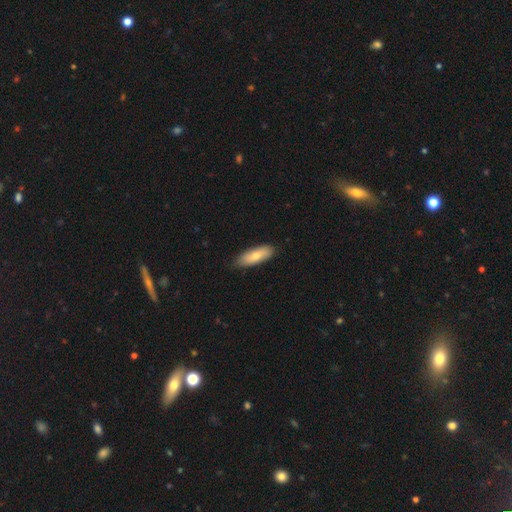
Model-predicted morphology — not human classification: This appears to be a smooth galaxy with no disk features (74%) that is in between round and cigar-shaped (64%). Merging: none (82%).